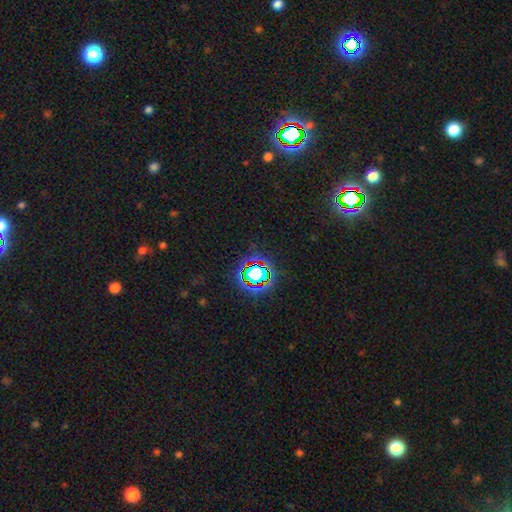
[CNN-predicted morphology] This appears to be a star or artifact, not a galaxy (78%).